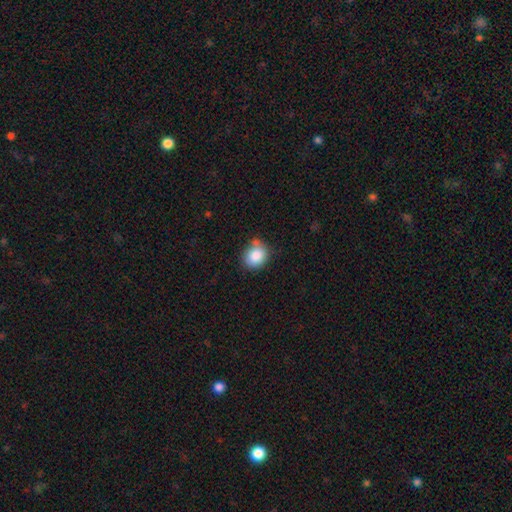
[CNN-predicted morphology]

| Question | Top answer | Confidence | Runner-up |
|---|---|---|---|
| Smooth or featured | smooth | 86% | star or artifact (8%) |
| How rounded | round | 64% | in between (35%) |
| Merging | none | 62% | minor disturbance (23%) |